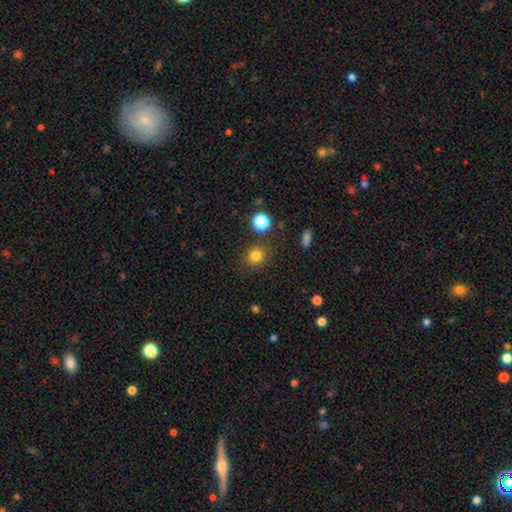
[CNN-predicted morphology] This appears to be a smooth galaxy with no disk features (81%) that is round (73%). Merging: none (82%).